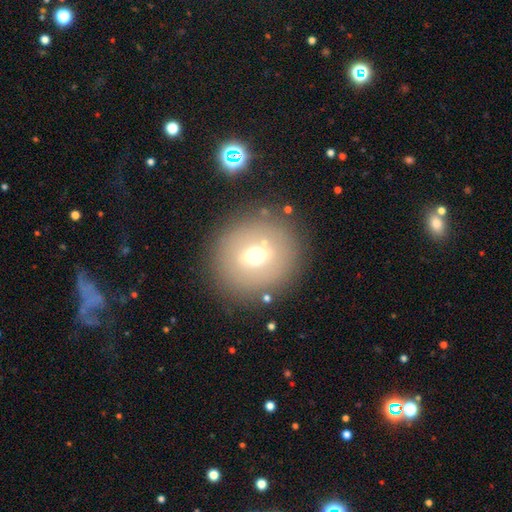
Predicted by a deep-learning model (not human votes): Smooth or featured?
  - smooth: 55% *
  - featured or disk: 30%
  - star or artifact: 15%
How rounded?
  - round: 88% *
  - in between: 11%
  - cigar-shaped: 1%
Merging?
  - none: 83% *
  - minor disturbance: 8%
  - major disturbance: 4%
  - merger: 4%